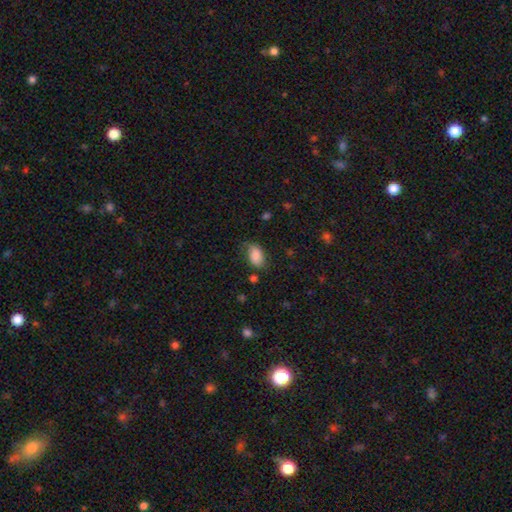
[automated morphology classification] Overall: smooth (85%). How rounded: in between (90%). Merging: none (66%).